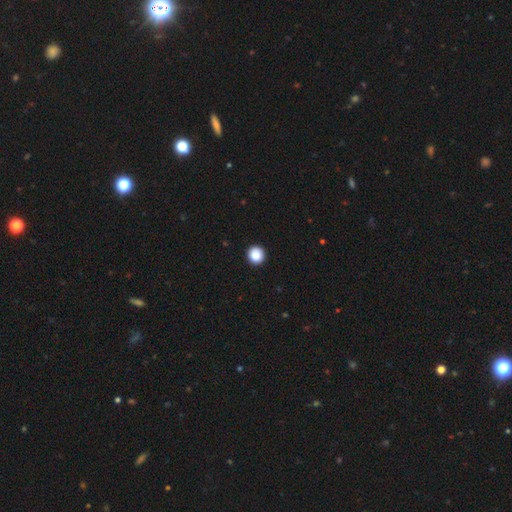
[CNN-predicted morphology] This is clearly a smooth galaxy (87%). How rounded: clearly round (94%). Merging: clearly none (94%).